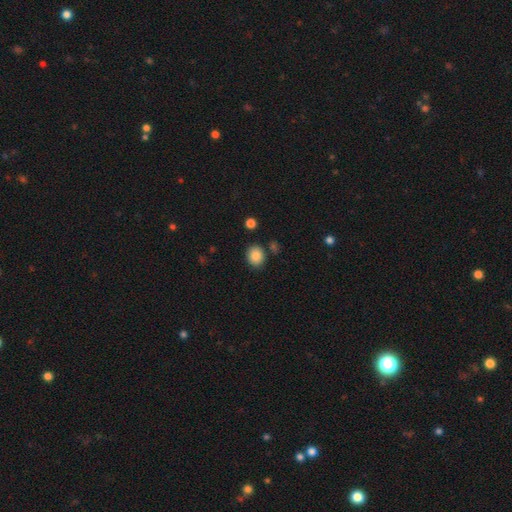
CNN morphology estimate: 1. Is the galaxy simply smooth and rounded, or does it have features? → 87% smooth, 9% star or artifact, 4% featured or disk.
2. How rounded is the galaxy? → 63% round, 37% in between, 1% cigar-shaped.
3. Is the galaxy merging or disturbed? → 83% none, 10% minor disturbance, 4% merger, 3% major disturbance.